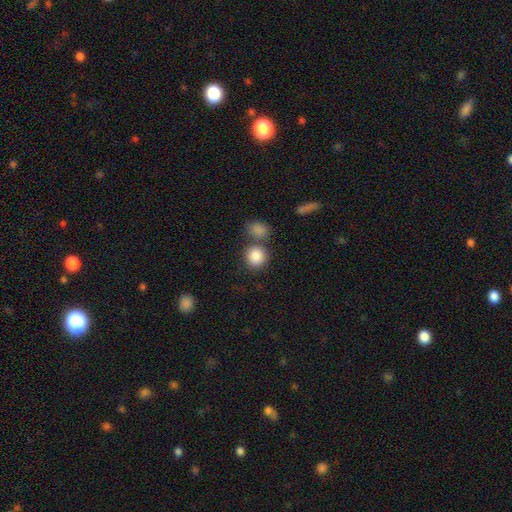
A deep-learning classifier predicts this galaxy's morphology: This appears to be a smooth galaxy with no disk features (87%) that is round (84%). Merging: none (60%).